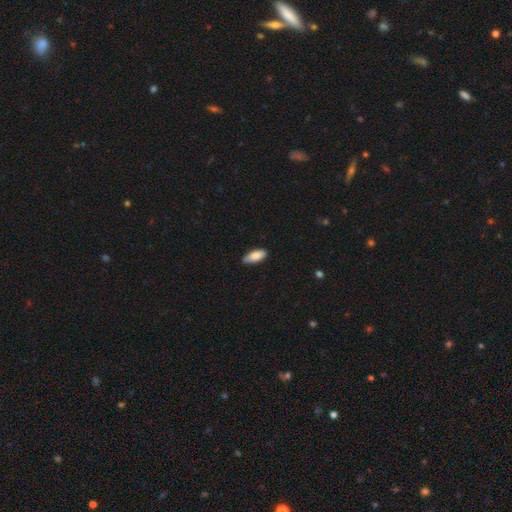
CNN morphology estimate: Smooth or featured: smooth — 86% (featured or disk — 8%)
How rounded: in between — 83% (cigar-shaped — 16%)
Merging: none — 79% (minor disturbance — 18%)